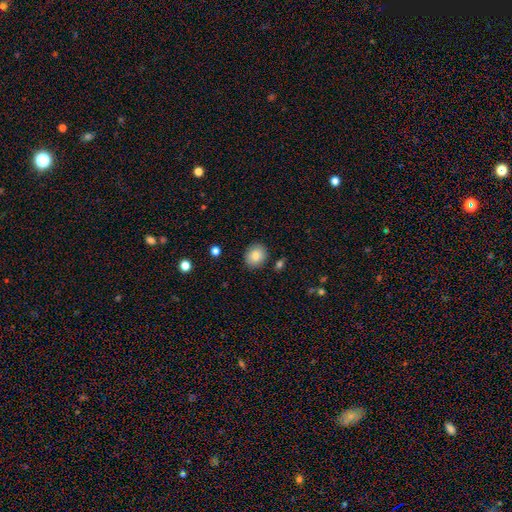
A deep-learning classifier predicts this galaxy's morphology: smooth_or_featured: smooth (p=0.84) [alt: star or artifact p=0.08]
how_rounded: round (p=0.68) [alt: in between p=0.31]
merging: none (p=0.87) [alt: minor disturbance p=0.09]